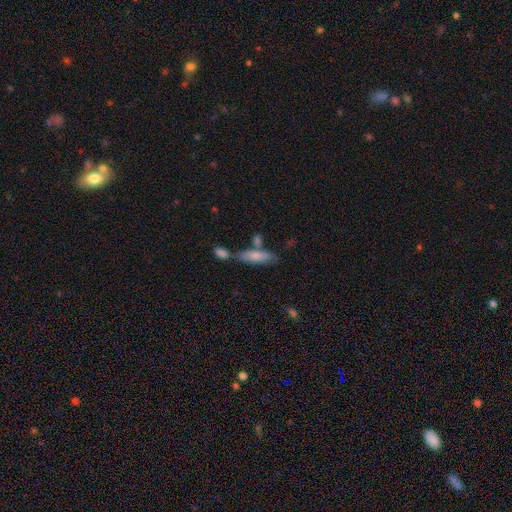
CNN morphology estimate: Smooth or featured?
  - smooth: 73% *
  - featured or disk: 20%
  - star or artifact: 6%
How rounded?
  - cigar-shaped: 52% *
  - in between: 46%
  - round: 2%
Merging?
  - none: 57% *
  - merger: 23%
  - minor disturbance: 16%
  - major disturbance: 5%